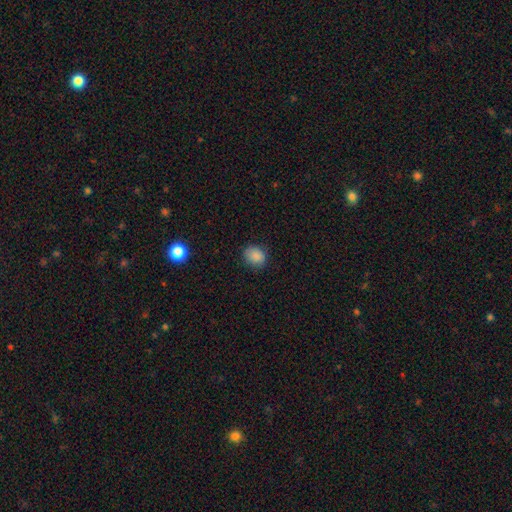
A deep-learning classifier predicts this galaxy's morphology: A smooth galaxy with no disk features (87%) that is round (62%). Merging: none (83%).